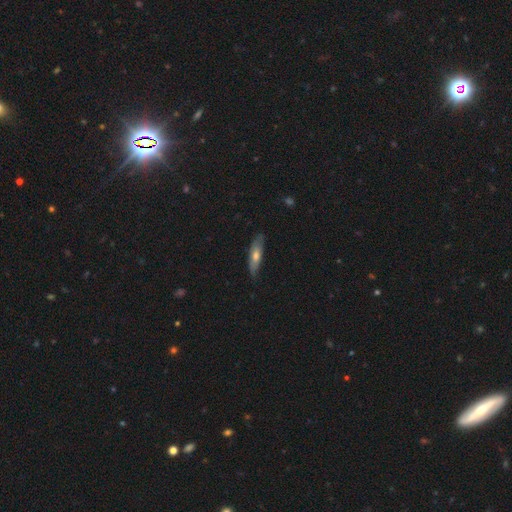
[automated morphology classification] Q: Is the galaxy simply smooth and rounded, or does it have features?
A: smooth — 54%.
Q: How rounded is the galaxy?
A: cigar-shaped — 63%.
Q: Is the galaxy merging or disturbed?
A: none — 77%.